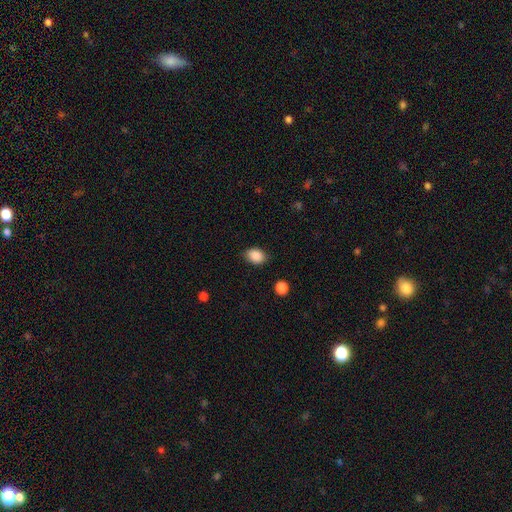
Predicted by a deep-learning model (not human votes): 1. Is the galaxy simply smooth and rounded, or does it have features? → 88% smooth, 8% star or artifact, 4% featured or disk.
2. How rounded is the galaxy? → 73% in between, 26% round, 1% cigar-shaped.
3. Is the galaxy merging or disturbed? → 81% none, 14% minor disturbance, 3% major disturbance, 1% merger.